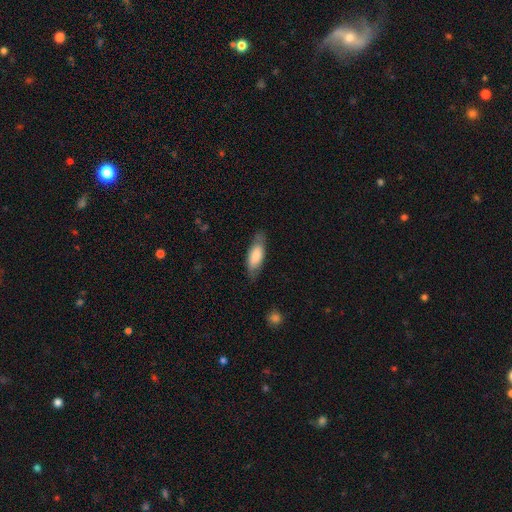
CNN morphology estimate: smooth_or_featured: smooth (p=0.73) [alt: featured or disk p=0.21]
how_rounded: in between (p=0.71) [alt: cigar-shaped p=0.27]
merging: none (p=0.76) [alt: minor disturbance p=0.17]